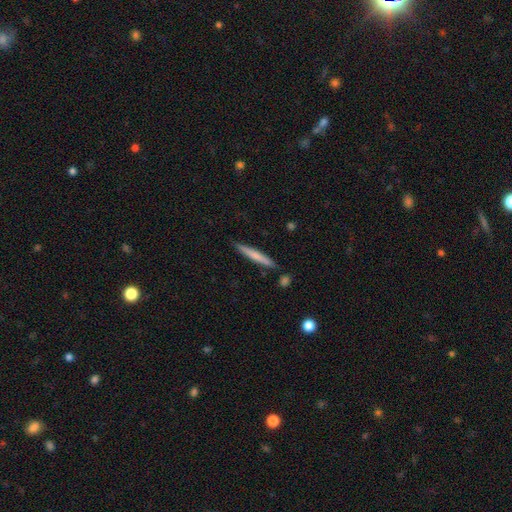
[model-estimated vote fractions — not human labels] Overall: smooth (64%; featured or disk 31%). How rounded: cigar-shaped (96%). Merging: none (86%).